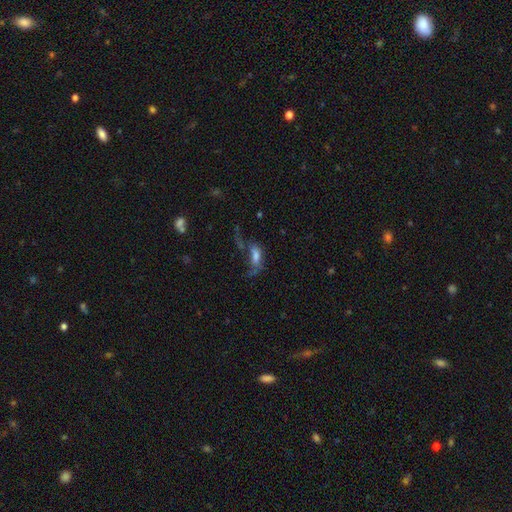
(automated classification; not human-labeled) A smooth galaxy with no disk features (52%) that is in between round and cigar-shaped (76%).

Vote fractions:
- Smooth or featured? smooth: 52% / featured or disk: 34% / star or artifact: 14%
- How rounded? in between: 76% / cigar-shaped: 19% / round: 5%
- Merging? major disturbance: 49% / none: 23% / minor disturbance: 15% / merger: 12%